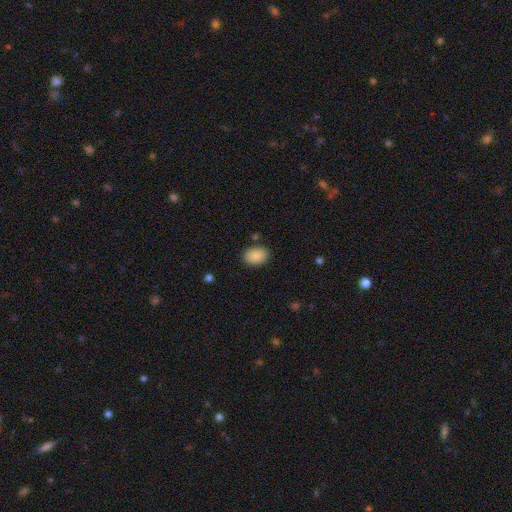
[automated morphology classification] The model was most divided on "how rounded": in between: 79%, round: 20%, cigar-shaped: 1%. More confident: smooth or featured — smooth (88%); merging — none (86%).